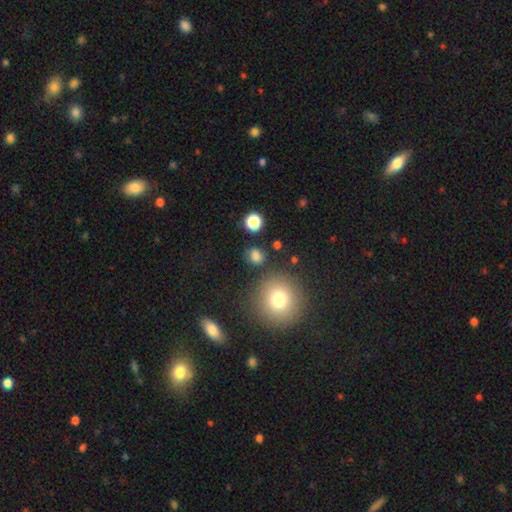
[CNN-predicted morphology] Smooth or featured?
  - smooth: 76% *
  - star or artifact: 17%
  - featured or disk: 7%
How rounded?
  - round: 71% *
  - in between: 27%
  - cigar-shaped: 1%
Merging?
  - none: 79% *
  - minor disturbance: 11%
  - merger: 5%
  - major disturbance: 4%